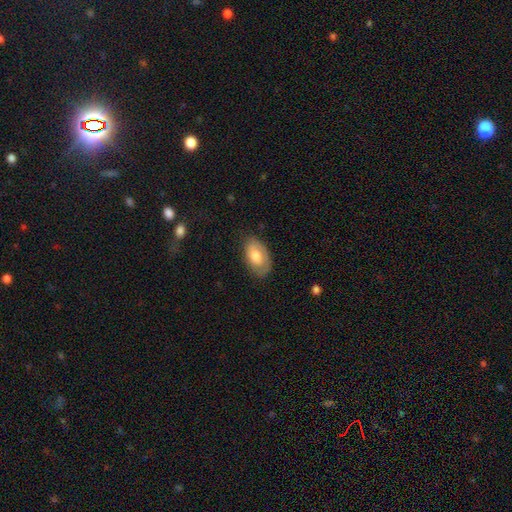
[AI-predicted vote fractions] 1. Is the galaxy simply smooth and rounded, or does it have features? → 67% smooth, 27% featured or disk, 6% star or artifact.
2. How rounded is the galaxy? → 94% in between, 5% round, 2% cigar-shaped.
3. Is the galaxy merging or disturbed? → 73% none, 20% minor disturbance, 5% major disturbance, 1% merger.